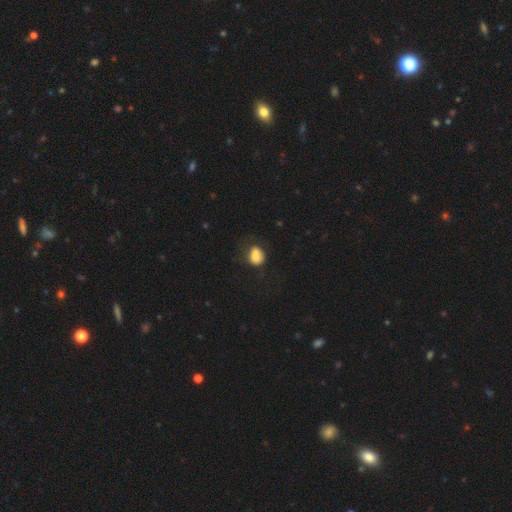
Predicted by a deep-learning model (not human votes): The model was most divided on "how rounded": in between: 56%, round: 42%, cigar-shaped: 1%. Remaining: smooth or featured — smooth (77%); merging — none (45%).